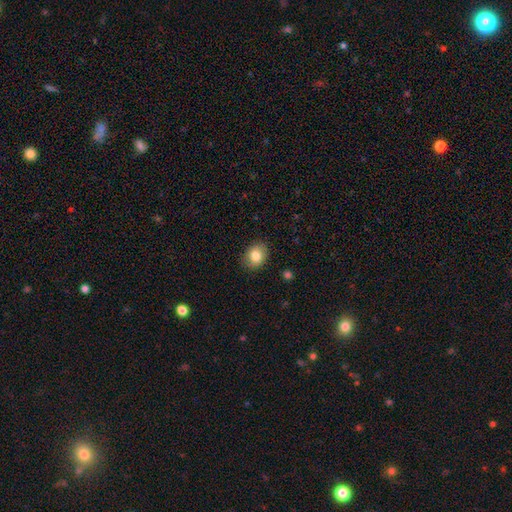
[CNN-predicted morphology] Smooth or featured?
  - smooth: 83% *
  - star or artifact: 8%
  - featured or disk: 8%
How rounded?
  - in between: 53% *
  - round: 46%
  - cigar-shaped: 1%
Merging?
  - none: 86% *
  - minor disturbance: 11%
  - major disturbance: 2%
  - merger: 1%